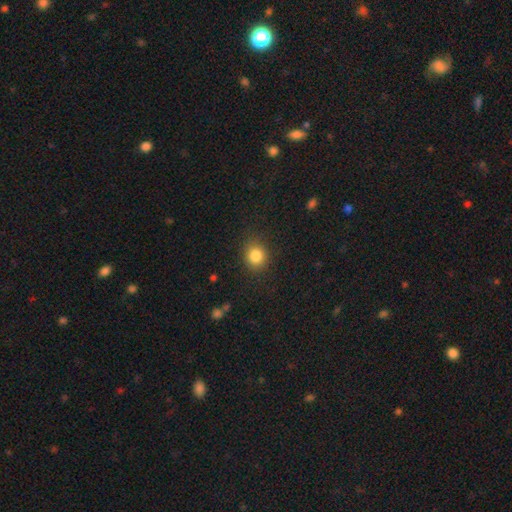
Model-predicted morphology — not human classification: A smooth galaxy with no disk features (84%) that is round (78%).

Vote fractions:
- Smooth or featured? smooth: 84% / star or artifact: 11% / featured or disk: 5%
- How rounded? round: 78% / in between: 21% / cigar-shaped: 1%
- Merging? none: 86% / minor disturbance: 10% / major disturbance: 3% / merger: 1%